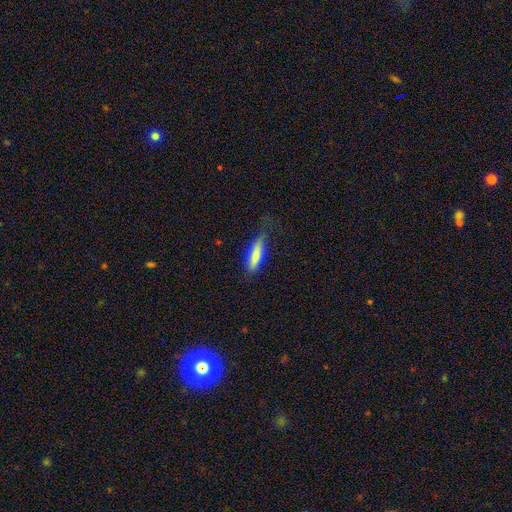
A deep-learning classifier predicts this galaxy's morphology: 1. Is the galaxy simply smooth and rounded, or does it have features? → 78% smooth, 16% featured or disk, 6% star or artifact.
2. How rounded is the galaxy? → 61% cigar-shaped, 37% in between, 2% round.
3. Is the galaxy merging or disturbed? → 66% none, 24% minor disturbance, 8% major disturbance, 1% merger.